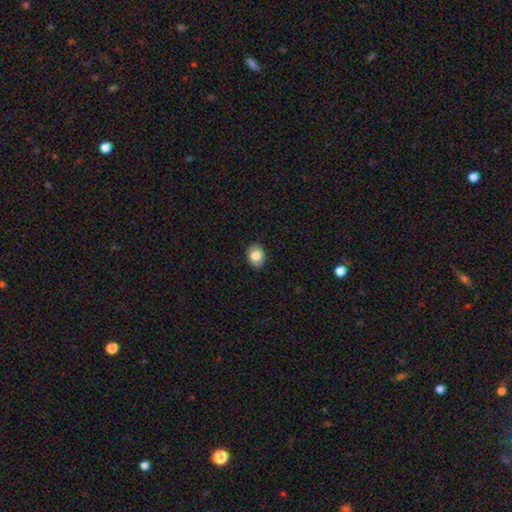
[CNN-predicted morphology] A smooth galaxy with no disk features (82%) that is in between round and cigar-shaped (65%). Merging: none (88%).